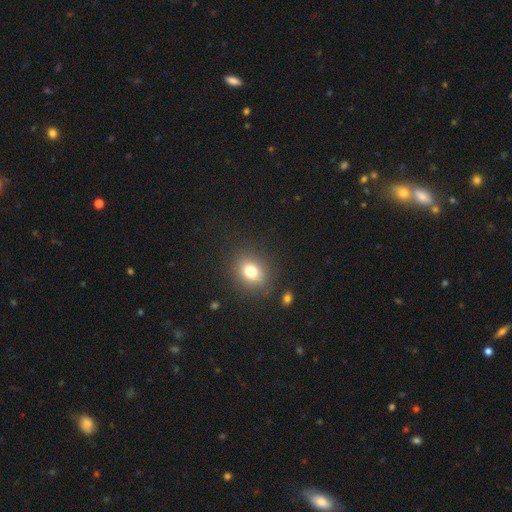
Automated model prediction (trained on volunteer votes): Smooth or featured? Predicted: smooth (p=0.71). How rounded? Predicted: round (p=0.68). Merging? Predicted: none (p=0.89).